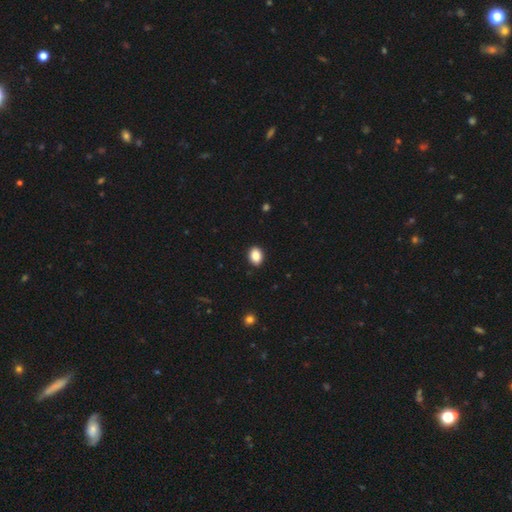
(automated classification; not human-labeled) Q: Smooth or featured?
A: smooth (87%); runner-up: star or artifact (9%)
Q: How rounded?
A: in between (63%); runner-up: round (36%)
Q: Merging?
A: none (91%); runner-up: minor disturbance (7%)